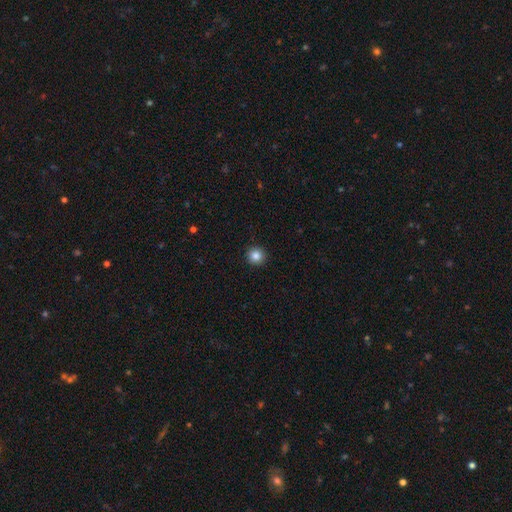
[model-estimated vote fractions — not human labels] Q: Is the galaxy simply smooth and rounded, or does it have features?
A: smooth — 86%.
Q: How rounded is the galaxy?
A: round — 95%.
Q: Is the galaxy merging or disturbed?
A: none — 93%.